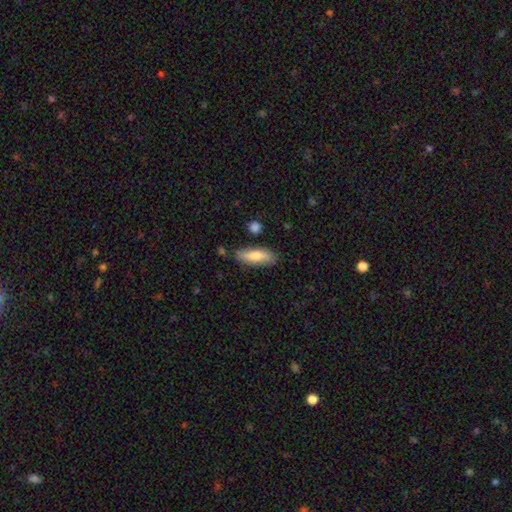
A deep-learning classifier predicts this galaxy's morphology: A smooth galaxy with no disk features (73%) that is in between round and cigar-shaped (59%).

Vote fractions:
- Smooth or featured? smooth: 73% / featured or disk: 21% / star or artifact: 6%
- How rounded? in between: 59% / cigar-shaped: 38% / round: 3%
- Merging? none: 82% / minor disturbance: 13% / merger: 3% / major disturbance: 2%